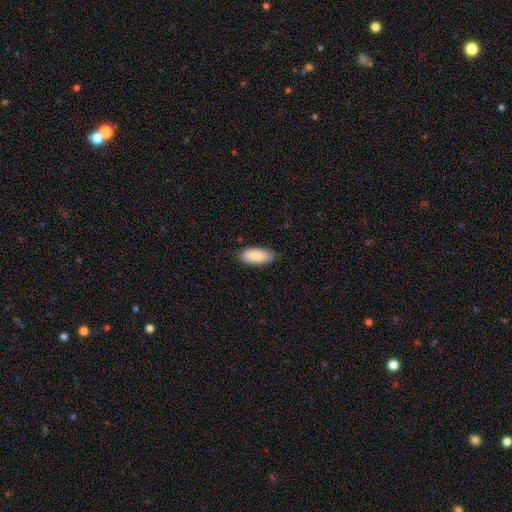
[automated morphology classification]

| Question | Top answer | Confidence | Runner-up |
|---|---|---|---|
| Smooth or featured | smooth | 89% | featured or disk (6%) |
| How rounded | in between | 88% | cigar-shaped (11%) |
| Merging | none | 83% | minor disturbance (14%) |